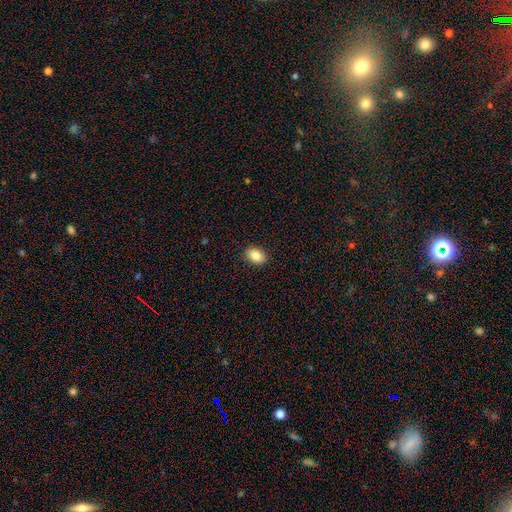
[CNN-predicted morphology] The model was most divided on "how rounded": in between: 78%, round: 20%, cigar-shaped: 1%. More confident: merging — none (90%); smooth or featured — smooth (86%).